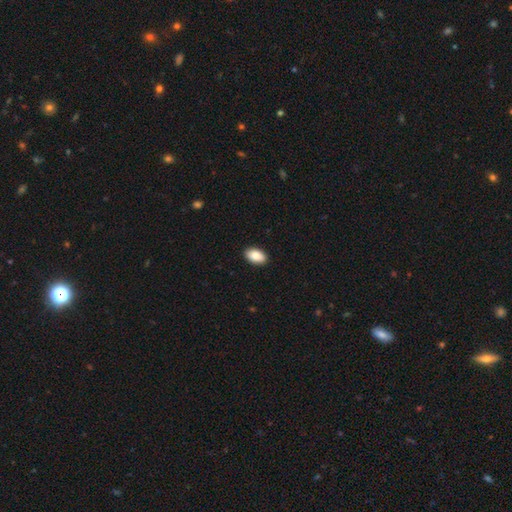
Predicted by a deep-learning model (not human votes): Smooth or featured?
  - smooth: 89% *
  - star or artifact: 6%
  - featured or disk: 5%
How rounded?
  - in between: 93% *
  - round: 5%
  - cigar-shaped: 1%
Merging?
  - none: 91% *
  - minor disturbance: 6%
  - major disturbance: 2%
  - merger: 1%